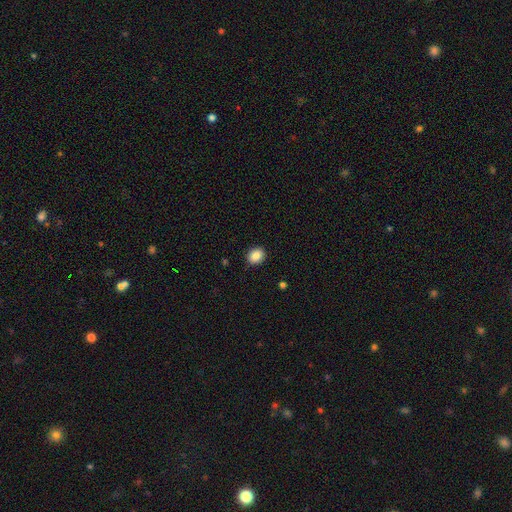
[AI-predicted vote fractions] Overall: smooth (87%). How rounded: round (56%; in between 43%). Merging: none (89%).